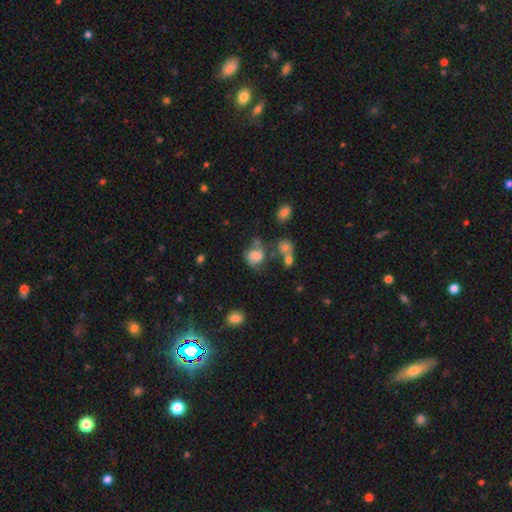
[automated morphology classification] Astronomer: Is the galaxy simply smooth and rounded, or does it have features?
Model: smooth — 46% (runner-up: featured or disk, 43%).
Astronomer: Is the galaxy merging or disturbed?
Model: none — 43% (runner-up: minor disturbance, 25%).